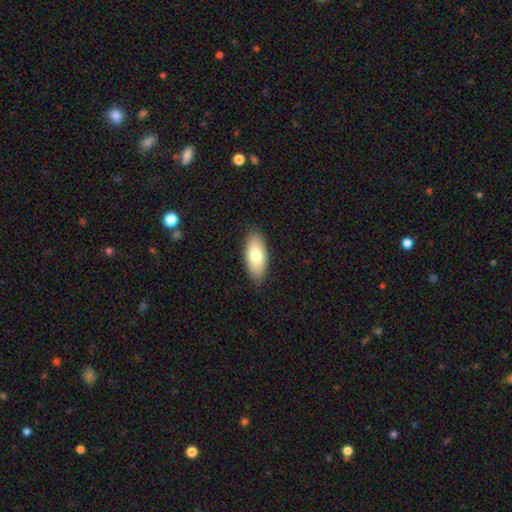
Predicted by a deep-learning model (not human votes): This is likely a smooth galaxy (76%). How rounded: clearly in between (90%). Merging: clearly none (86%).